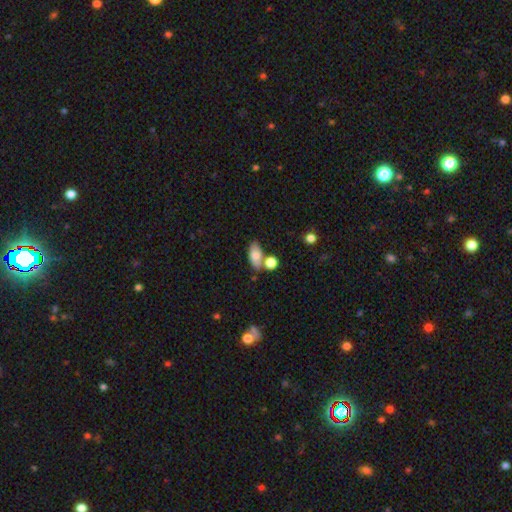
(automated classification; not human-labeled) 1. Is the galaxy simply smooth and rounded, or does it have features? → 77% smooth, 15% featured or disk, 8% star or artifact.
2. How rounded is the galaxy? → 86% in between, 8% cigar-shaped, 6% round.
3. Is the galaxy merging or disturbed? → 59% none, 23% merger, 14% minor disturbance, 4% major disturbance.